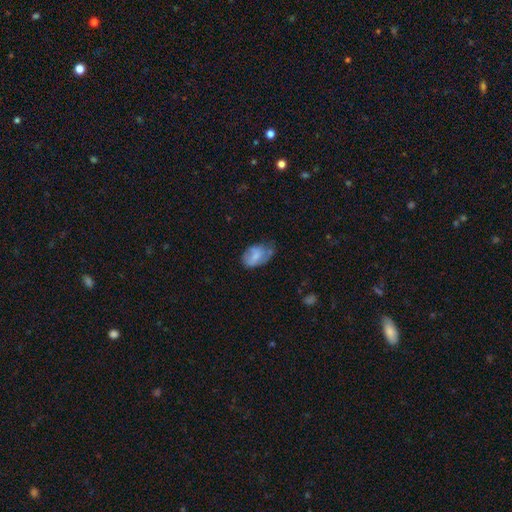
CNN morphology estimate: This is possibly a smooth galaxy (60%). How rounded: clearly in between (87%). Merging: marginally minor disturbance (41%).